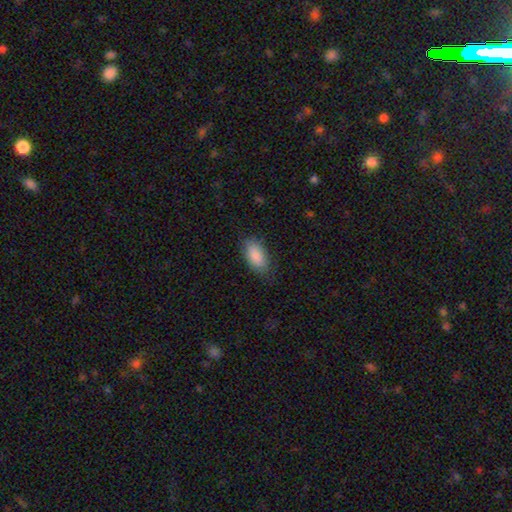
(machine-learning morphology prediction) smooth 88%, featured or disk 6%, star or artifact 6%. Down the decision tree: how rounded — in between (93%); merging — none (80%).